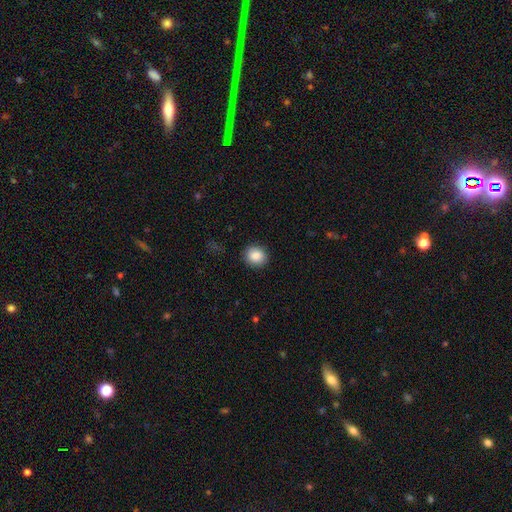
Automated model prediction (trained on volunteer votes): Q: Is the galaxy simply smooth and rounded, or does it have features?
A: smooth — 87%.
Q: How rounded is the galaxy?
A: round — 78%.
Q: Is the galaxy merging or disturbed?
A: none — 90%.